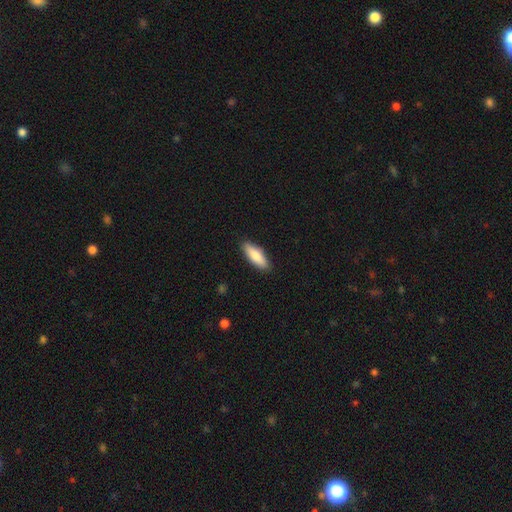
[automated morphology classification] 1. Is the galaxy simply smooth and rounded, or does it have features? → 80% smooth, 15% featured or disk, 5% star or artifact.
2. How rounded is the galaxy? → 55% in between, 44% cigar-shaped, 2% round.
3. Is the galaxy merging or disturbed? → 89% none, 9% minor disturbance, 2% major disturbance, 1% merger.